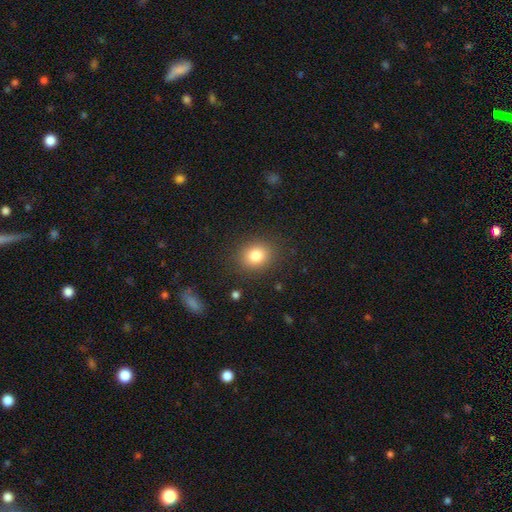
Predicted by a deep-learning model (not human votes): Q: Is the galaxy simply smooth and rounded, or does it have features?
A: smooth — 81%.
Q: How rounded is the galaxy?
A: round — 71%.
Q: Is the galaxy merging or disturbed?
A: none — 87%.